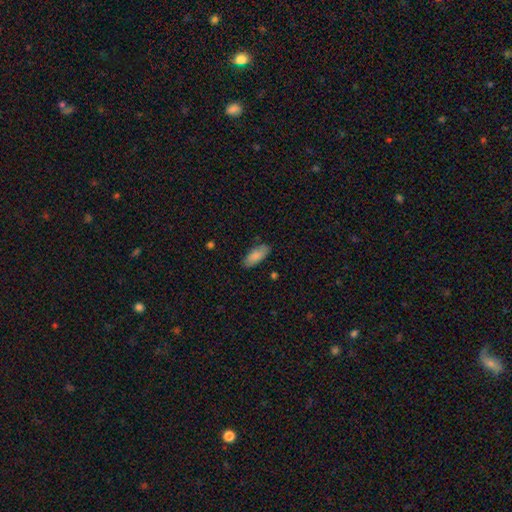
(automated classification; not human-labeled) Smooth or featured: smooth — 87% (featured or disk — 7%)
How rounded: in between — 82% (cigar-shaped — 16%)
Merging: none — 80% (minor disturbance — 15%)